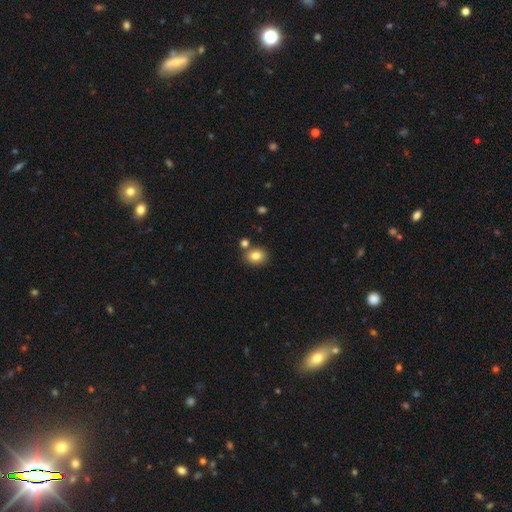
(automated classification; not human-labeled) Smooth or featured? Predicted: smooth (p=0.82). How rounded? Predicted: round (p=0.55). Merging? Predicted: none (p=0.74).